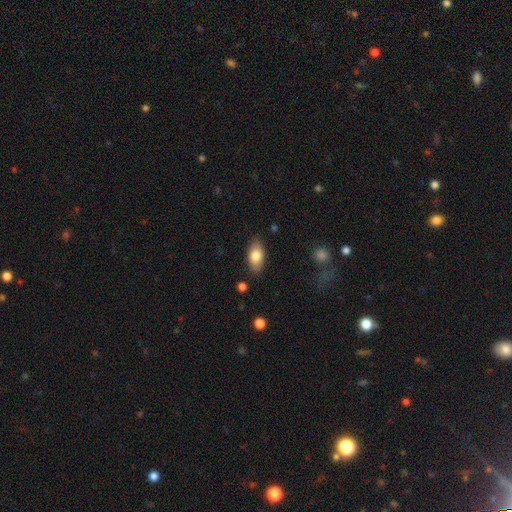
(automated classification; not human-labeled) This appears to be a smooth galaxy with no disk features (79%) that is in between round and cigar-shaped (91%). Merging: none (85%).